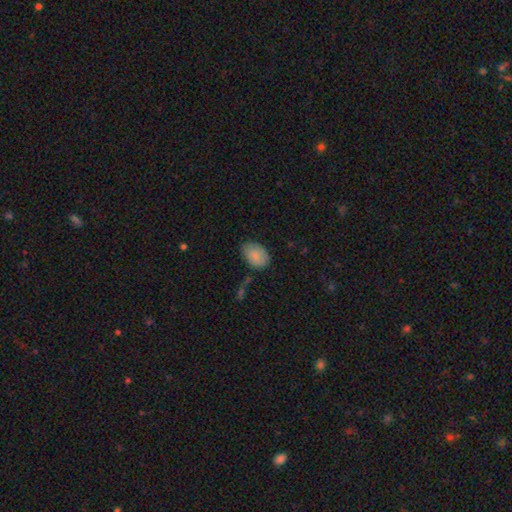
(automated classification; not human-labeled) Smooth or featured?
  - smooth: 85% *
  - featured or disk: 8%
  - star or artifact: 7%
How rounded?
  - in between: 86% *
  - round: 13%
  - cigar-shaped: 1%
Merging?
  - none: 72% *
  - minor disturbance: 21%
  - major disturbance: 4%
  - merger: 2%